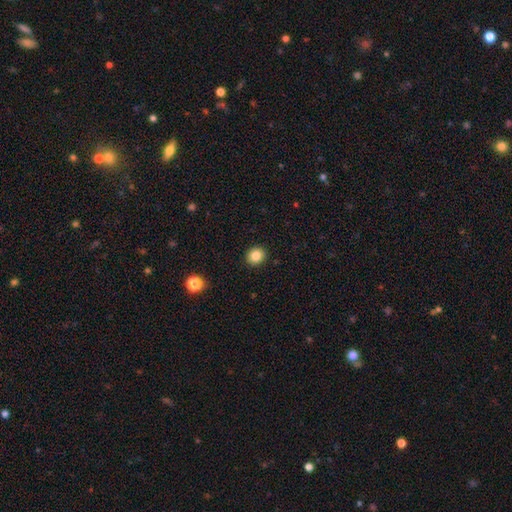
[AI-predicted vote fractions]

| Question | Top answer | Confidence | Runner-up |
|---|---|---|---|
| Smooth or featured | smooth | 85% | star or artifact (10%) |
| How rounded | round | 77% | in between (22%) |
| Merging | none | 91% | minor disturbance (6%) |